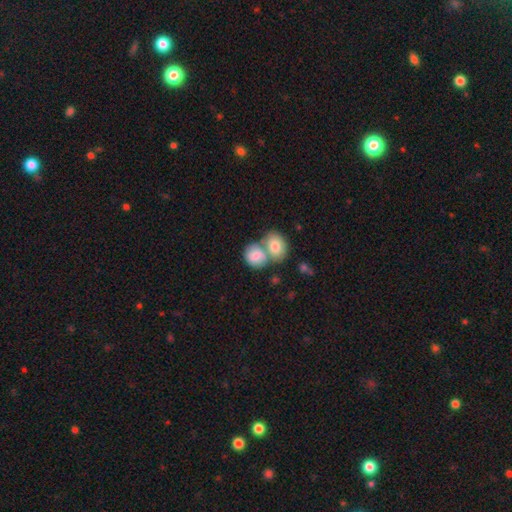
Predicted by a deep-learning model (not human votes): The model was most divided on "how rounded": round: 52%, in between: 47%, cigar-shaped: 1%. More confident: smooth or featured — smooth (80%); merging — merger (63%).